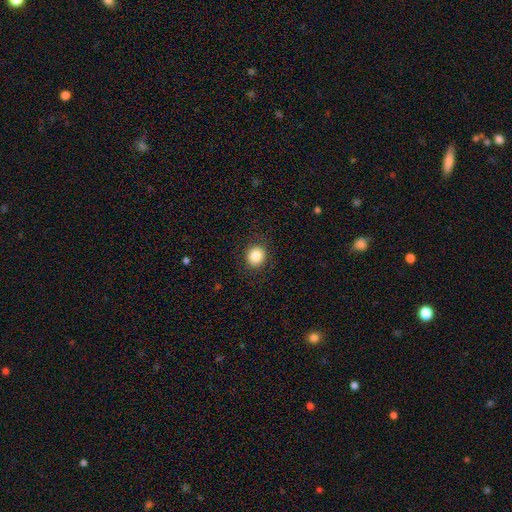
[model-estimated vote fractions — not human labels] smooth_or_featured: smooth (p=0.83) [alt: star or artifact p=0.10]
how_rounded: round (p=0.82) [alt: in between p=0.17]
merging: none (p=0.89) [alt: minor disturbance p=0.07]